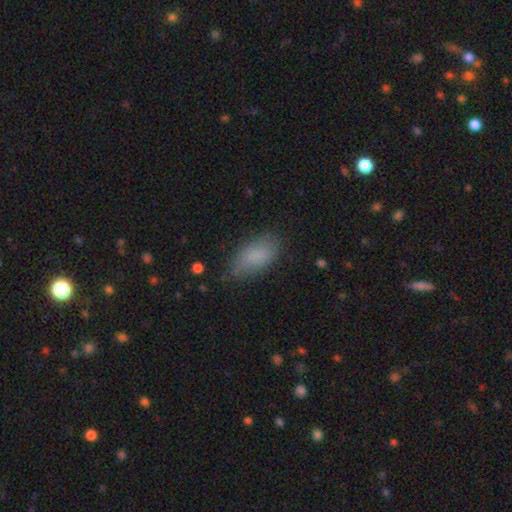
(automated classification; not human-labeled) The model was most divided on "merging": none: 71%, minor disturbance: 22%, major disturbance: 6%, merger: 1%. More confident: how rounded — in between (88%); smooth or featured — smooth (82%).